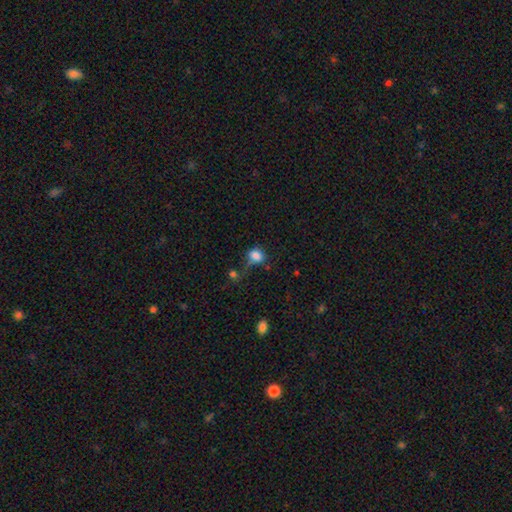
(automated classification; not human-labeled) Overall: smooth (81%). How rounded: in between (52%; round 47%). Merging: none (42%; minor disturbance 27%).